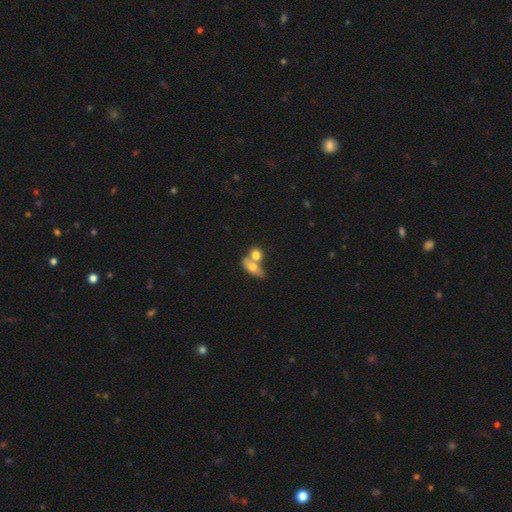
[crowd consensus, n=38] Smooth or featured: smooth — 84% (featured or disk — 11%)
How rounded: in between — 50% (round — 44%)
Merging: merger — 64% (none — 28%)